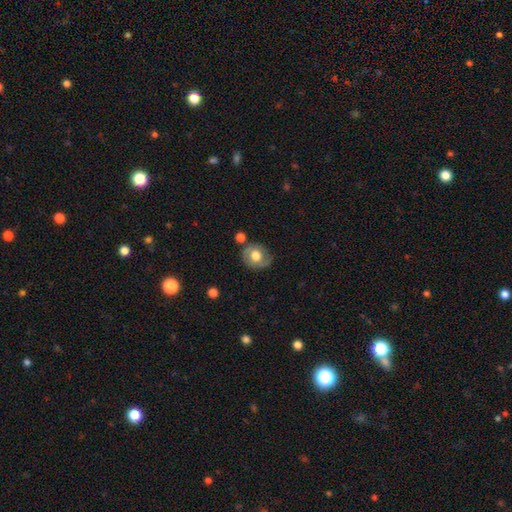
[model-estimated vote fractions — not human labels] Smooth or featured? smooth (58%)
How rounded? round (64%)
Merging? none (71%)